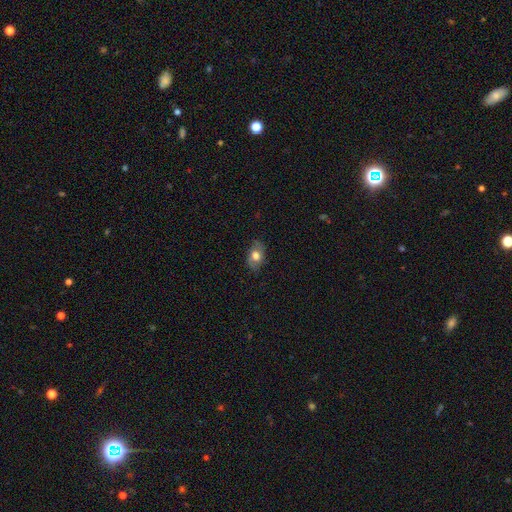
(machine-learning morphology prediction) Overall: smooth (65%; featured or disk 27%). How rounded: in between (83%). Merging: none (76%).